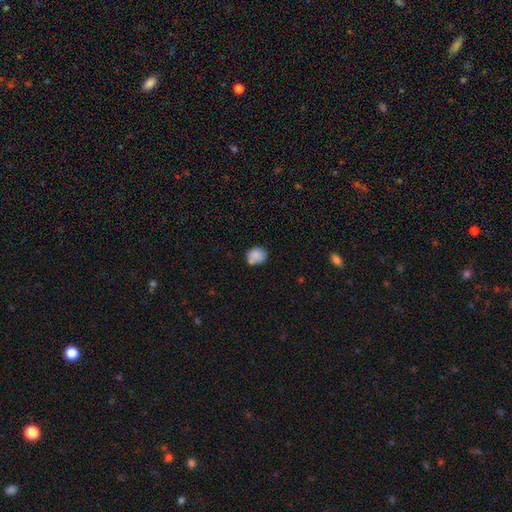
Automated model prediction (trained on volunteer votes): Smooth or featured? smooth (84%)
How rounded? round (66%)
Merging? none (63%)